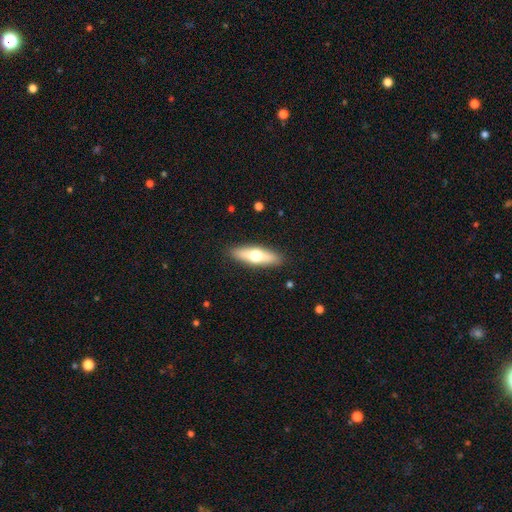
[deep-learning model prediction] Morphology: type=smooth (57%); roundness=cigar-shaped (52%); merging=none (89%).